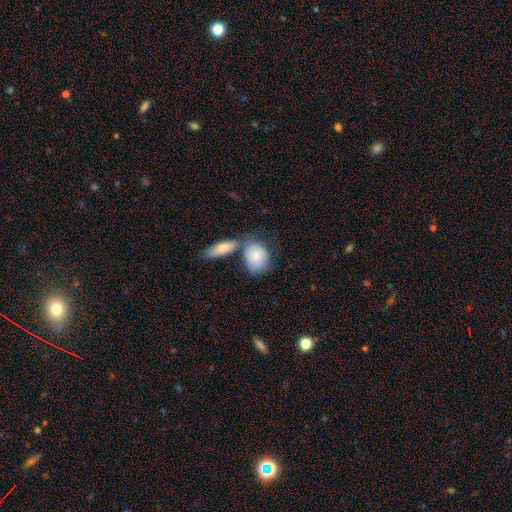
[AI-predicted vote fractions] This is likely a smooth galaxy (74%). How rounded: likely in between (61%). Merging: marginally none (43%).